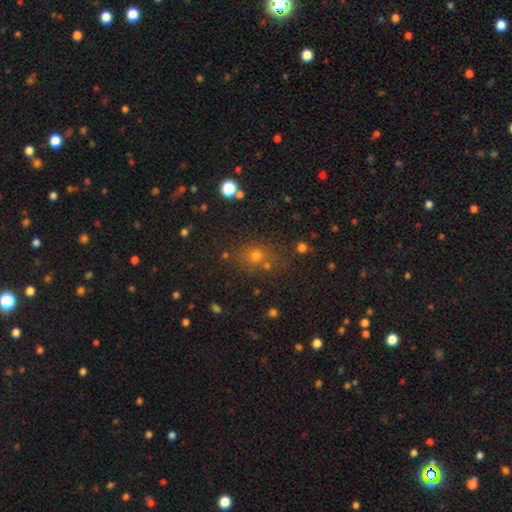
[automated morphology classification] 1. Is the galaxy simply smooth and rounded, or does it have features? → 52% smooth, 40% star or artifact, 8% featured or disk.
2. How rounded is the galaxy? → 76% round, 22% in between, 2% cigar-shaped.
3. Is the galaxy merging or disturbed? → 81% none, 10% minor disturbance, 5% merger, 4% major disturbance.